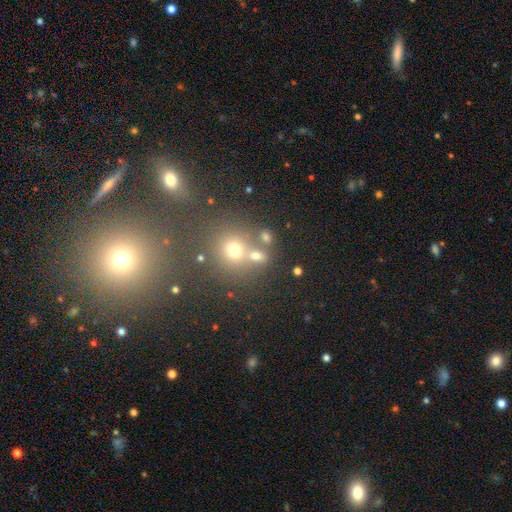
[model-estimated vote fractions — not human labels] Overall: smooth (64%). How rounded: round (65%; in between 33%). Merging: none (54%; merger 30%).